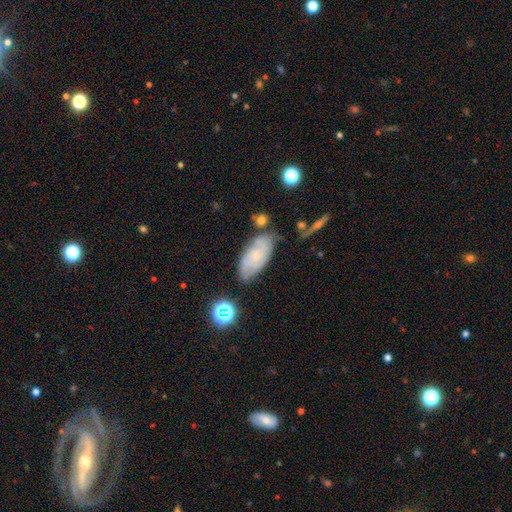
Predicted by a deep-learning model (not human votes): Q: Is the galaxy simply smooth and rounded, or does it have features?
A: featured or disk — 52%.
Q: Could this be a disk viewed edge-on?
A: no — 91%.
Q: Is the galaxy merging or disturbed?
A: none — 65%.